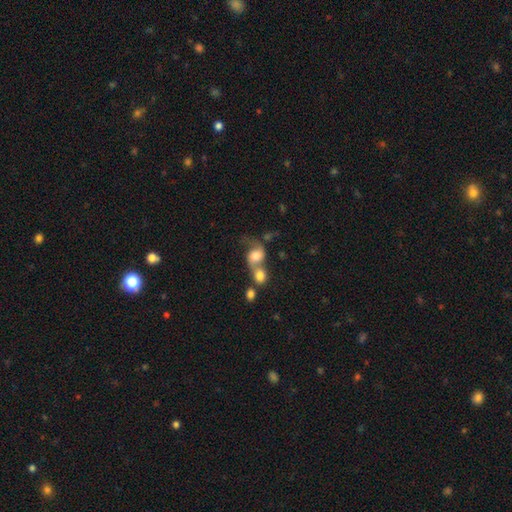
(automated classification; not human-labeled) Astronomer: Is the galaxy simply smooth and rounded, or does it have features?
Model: smooth — 60%.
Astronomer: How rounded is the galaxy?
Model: round — 59% (runner-up: in between, 39%).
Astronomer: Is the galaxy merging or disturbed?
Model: merger — 67%.